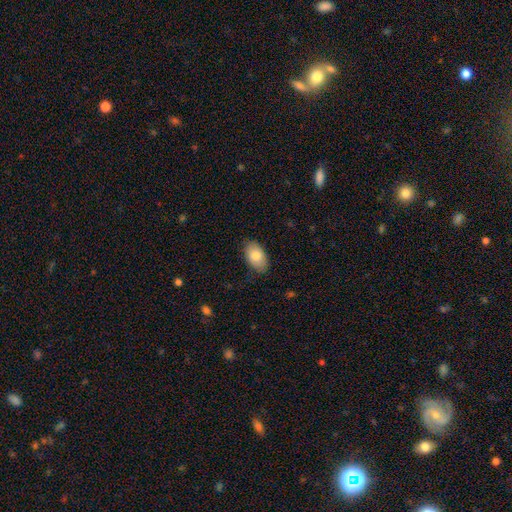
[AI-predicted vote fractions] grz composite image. It shows a smooth galaxy with no disk features (81%) that is in between round and cigar-shaped (93%). Merging: none (82%).